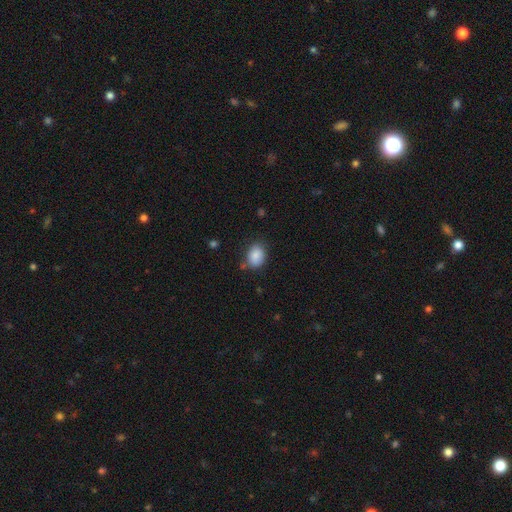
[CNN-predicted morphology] smooth_or_featured: smooth (p=0.87) [alt: star or artifact p=0.08]
how_rounded: in between (p=0.64) [alt: round p=0.35]
merging: none (p=0.73) [alt: minor disturbance p=0.19]